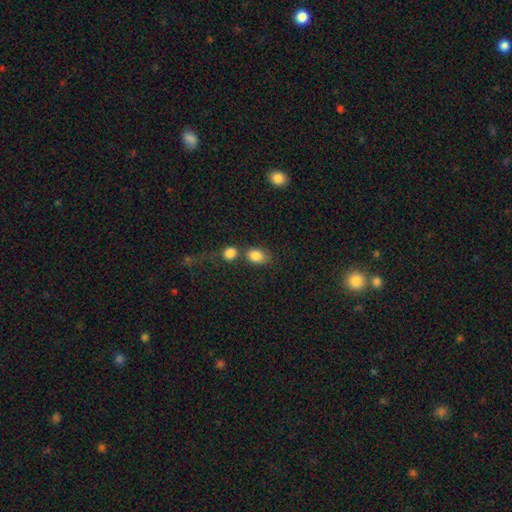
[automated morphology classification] type=smooth (85%); roundness=in between (70%); merging=none (49%).